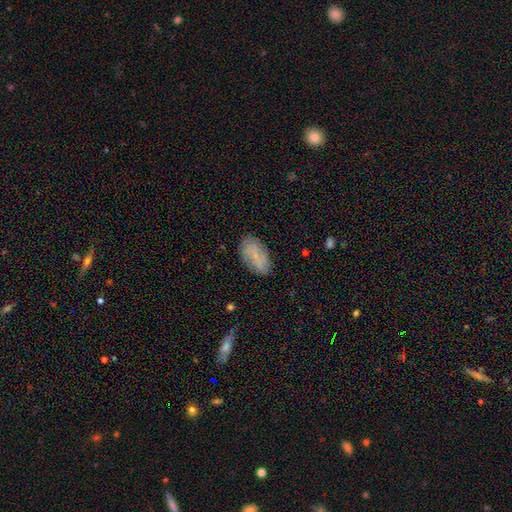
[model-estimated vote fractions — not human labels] featured or disk 49%, smooth 42%, star or artifact 10%. Down the decision tree: merging — none (76%).